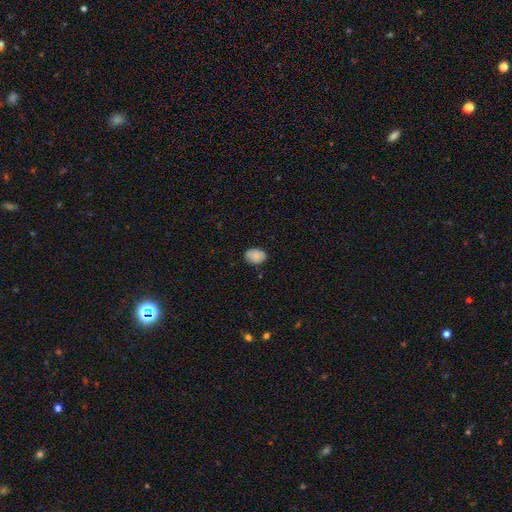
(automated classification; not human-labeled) Smooth or featured? smooth (85%)
How rounded? in between (73%)
Merging? none (82%)